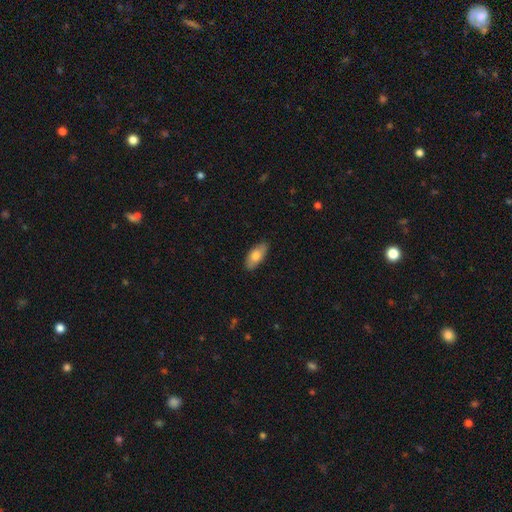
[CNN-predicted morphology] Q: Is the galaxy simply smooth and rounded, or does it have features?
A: smooth — 76%.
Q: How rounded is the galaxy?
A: in between — 90%.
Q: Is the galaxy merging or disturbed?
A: none — 84%.